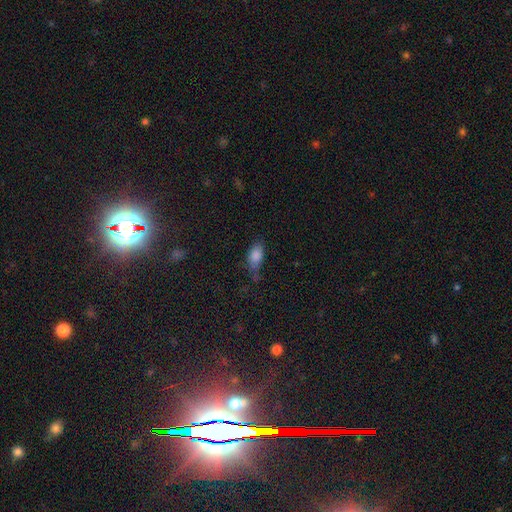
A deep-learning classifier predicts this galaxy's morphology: A smooth galaxy with no disk features (83%) that is in between round and cigar-shaped (88%). Merging: none (49%).